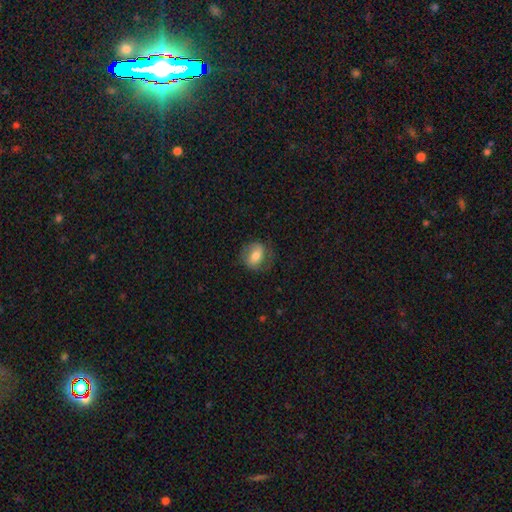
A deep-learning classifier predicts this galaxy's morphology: Smooth or featured? Predicted: smooth (p=0.55). How rounded? Predicted: in between (p=0.58). Merging? Predicted: none (p=0.66).